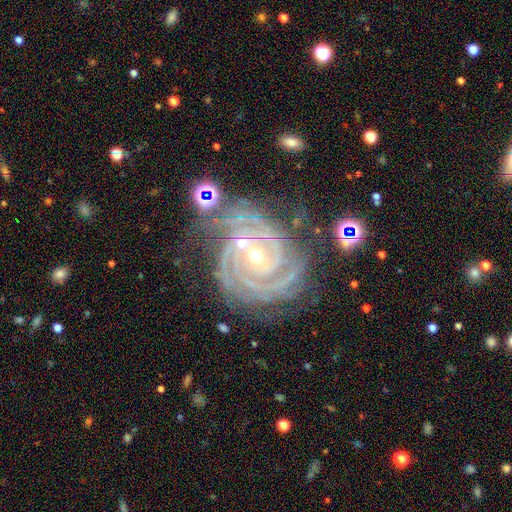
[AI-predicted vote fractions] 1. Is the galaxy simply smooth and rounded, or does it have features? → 91% featured or disk, 6% star or artifact, 3% smooth.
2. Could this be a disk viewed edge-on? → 98% no, 2% yes.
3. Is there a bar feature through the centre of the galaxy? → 51% no, 28% weak, 21% strong.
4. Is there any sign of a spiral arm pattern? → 99% yes, 1% no.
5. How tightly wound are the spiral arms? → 85% tight, 14% medium, 2% loose.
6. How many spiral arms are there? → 30% 3, 29% 4, 12% 2, 11% more than 4, 11% can't tell, 7% 1.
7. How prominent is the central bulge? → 50% moderate, 47% small, 1% large, 1% none, 1% dominant.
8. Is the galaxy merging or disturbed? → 66% none, 20% minor disturbance, 8% major disturbance, 5% merger.